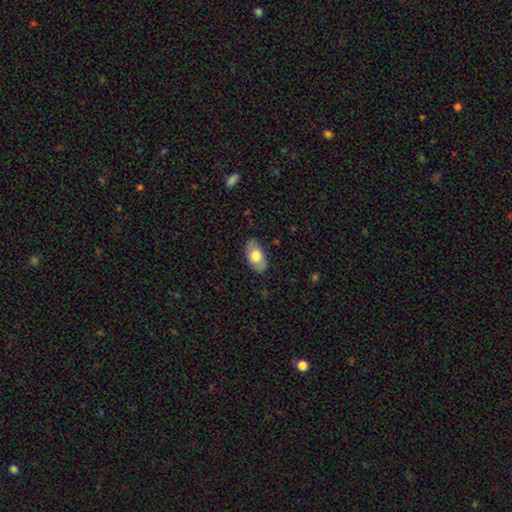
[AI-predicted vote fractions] A smooth galaxy with no disk features (68%) that is in between round and cigar-shaped (94%). Merging: none (82%).